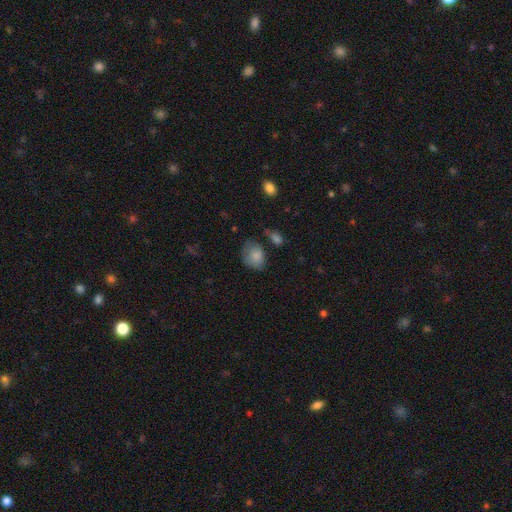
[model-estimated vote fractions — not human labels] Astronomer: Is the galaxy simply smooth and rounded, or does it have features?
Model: smooth — 82%.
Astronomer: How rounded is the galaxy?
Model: in between — 60% (runner-up: round, 39%).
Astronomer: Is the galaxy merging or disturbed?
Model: none — 49% (runner-up: minor disturbance, 34%).